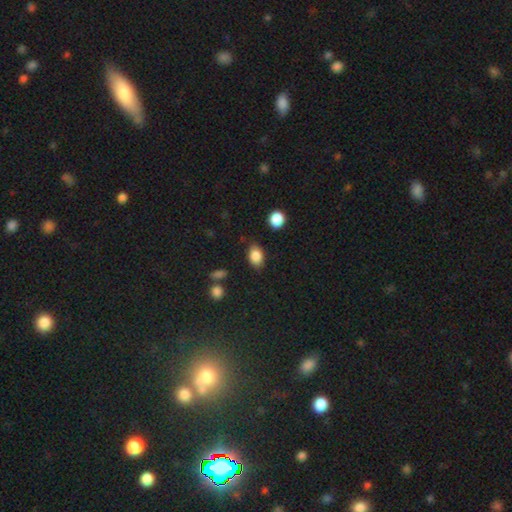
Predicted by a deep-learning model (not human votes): smooth_or_featured: smooth (p=0.85) [alt: star or artifact p=0.09]
how_rounded: in between (p=0.80) [alt: round p=0.19]
merging: none (p=0.79) [alt: minor disturbance p=0.14]